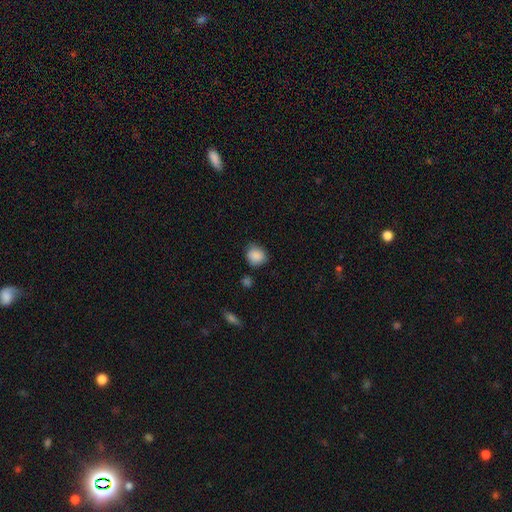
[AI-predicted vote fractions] Smooth or featured? Predicted: smooth (p=0.87). How rounded? Predicted: round (p=0.75). Merging? Predicted: none (p=0.72).